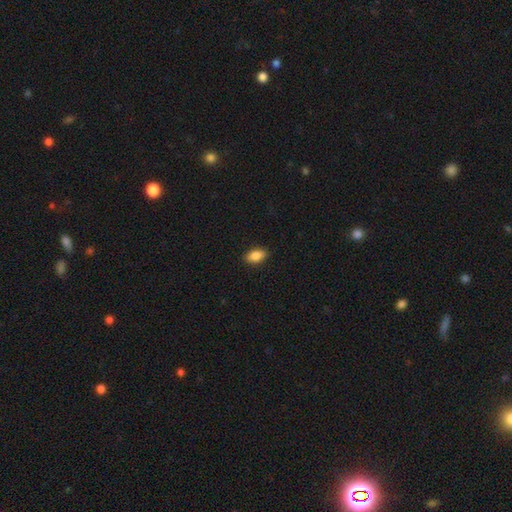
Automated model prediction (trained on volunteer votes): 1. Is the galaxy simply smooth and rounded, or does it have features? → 87% smooth, 7% star or artifact, 6% featured or disk.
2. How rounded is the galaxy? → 91% in between, 6% round, 4% cigar-shaped.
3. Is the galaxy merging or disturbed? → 89% none, 8% minor disturbance, 2% major disturbance, 1% merger.